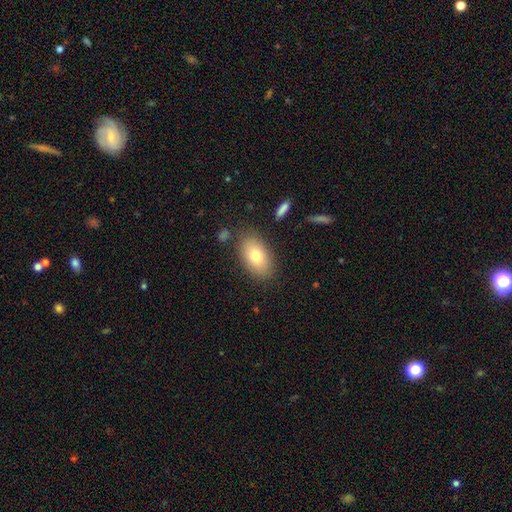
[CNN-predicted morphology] Smooth or featured? smooth (77%)
How rounded? in between (91%)
Merging? none (82%)